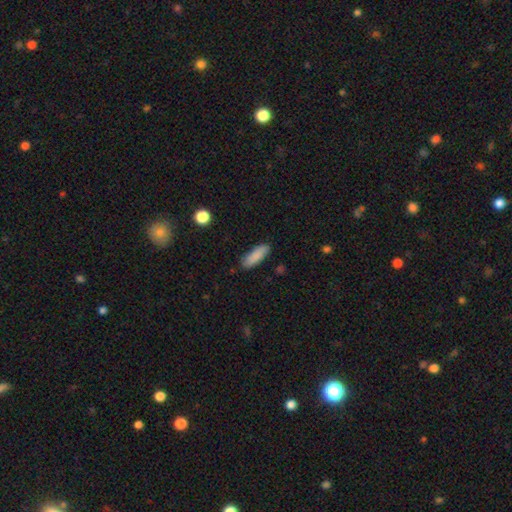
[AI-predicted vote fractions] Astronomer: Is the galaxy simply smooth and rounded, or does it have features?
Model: smooth — 87%.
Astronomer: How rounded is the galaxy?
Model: in between — 55% (runner-up: cigar-shaped, 43%).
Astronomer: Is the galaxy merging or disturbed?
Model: none — 85%.